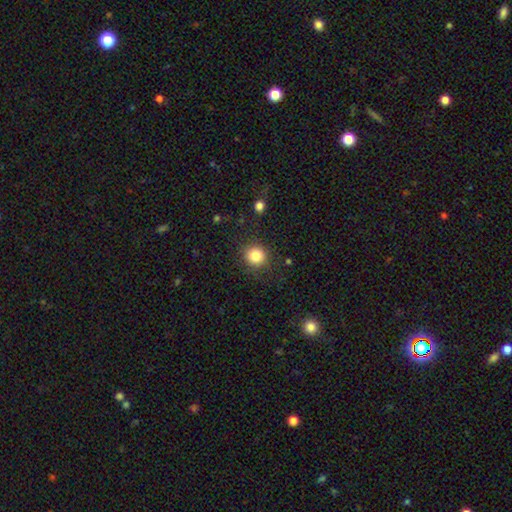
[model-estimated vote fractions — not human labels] The model was most divided on "smooth or featured": smooth: 84%, star or artifact: 11%, featured or disk: 6%. More confident: how rounded — round (91%); merging — none (88%).